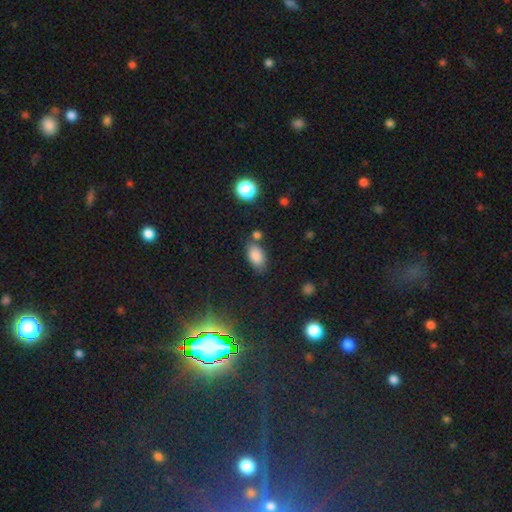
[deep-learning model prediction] Smooth or featured: smooth — 84% (star or artifact — 10%)
How rounded: in between — 91% (round — 7%)
Merging: none — 70% (minor disturbance — 16%)